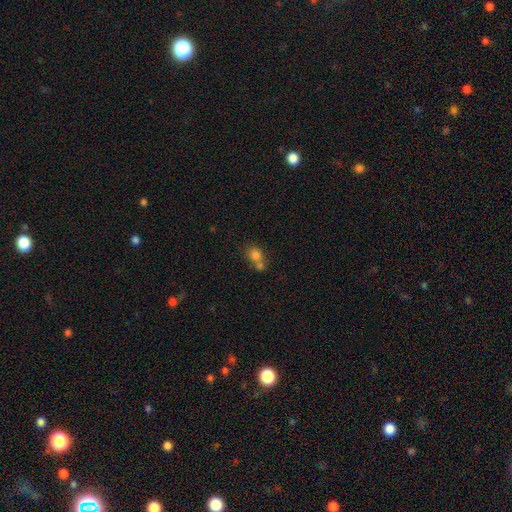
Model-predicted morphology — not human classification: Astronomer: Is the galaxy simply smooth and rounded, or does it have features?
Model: smooth — 76%.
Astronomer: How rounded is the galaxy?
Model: round — 61% (runner-up: in between, 37%).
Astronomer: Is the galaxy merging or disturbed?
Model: merger — 53% (runner-up: none, 34%).